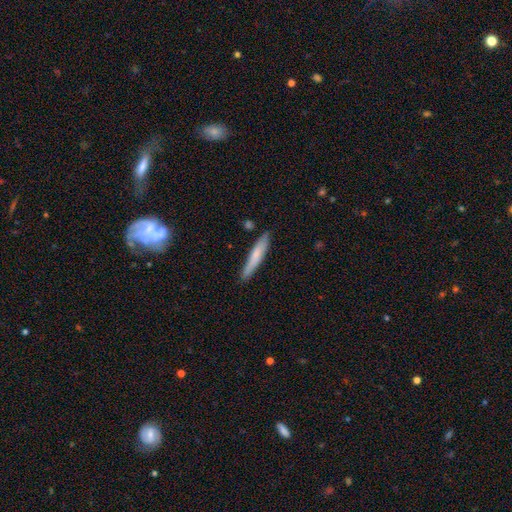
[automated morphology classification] This is likely a smooth galaxy (69%). How rounded: clearly cigar-shaped (92%). Merging: clearly none (83%).